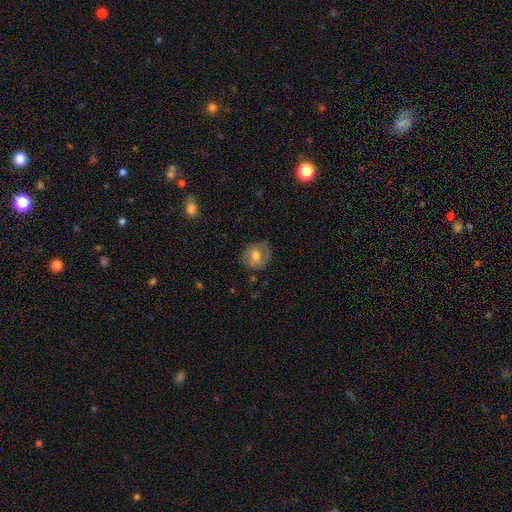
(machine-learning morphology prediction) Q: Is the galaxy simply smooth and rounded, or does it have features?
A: smooth — 49%.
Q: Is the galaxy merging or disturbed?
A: none — 71%.